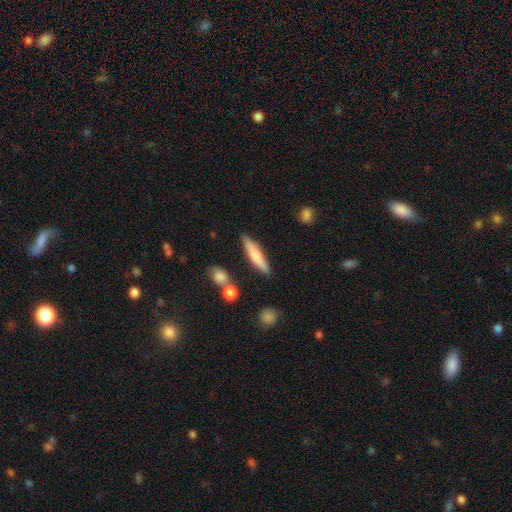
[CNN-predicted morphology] A smooth galaxy with no disk features (69%) that is cigar-shaped (84%).

Vote fractions:
- Smooth or featured? smooth: 69% / featured or disk: 25% / star or artifact: 6%
- How rounded? cigar-shaped: 84% / in between: 14% / round: 2%
- Merging? none: 82% / minor disturbance: 11% / merger: 4% / major disturbance: 3%